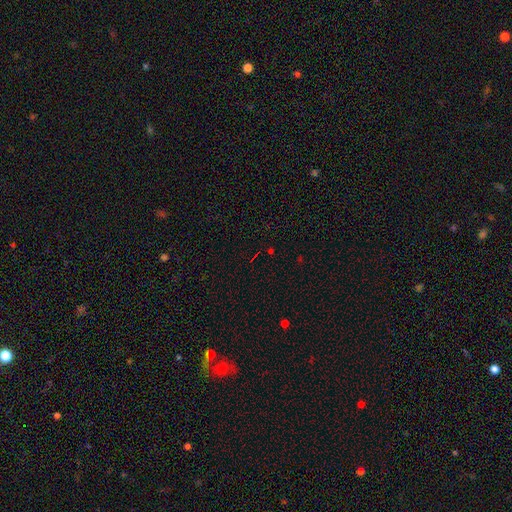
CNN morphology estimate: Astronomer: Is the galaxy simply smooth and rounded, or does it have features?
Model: star or artifact — 70%.